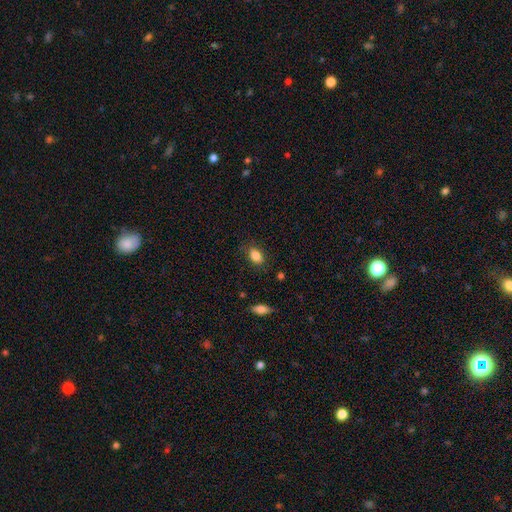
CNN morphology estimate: This is clearly a smooth galaxy (85%). How rounded: clearly in between (82%). Merging: likely none (79%).